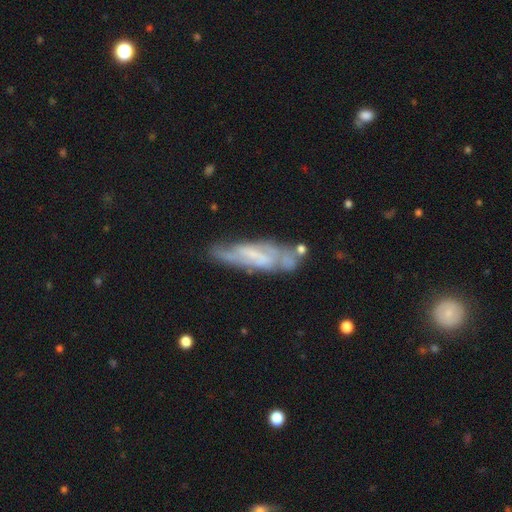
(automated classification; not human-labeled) A featured or disk galaxy (66%).

Vote fractions:
- Smooth or featured? featured or disk: 66% / smooth: 26% / star or artifact: 7%
- Edge-on disk? no: 74% / yes: 26%
- Merging? none: 55% / minor disturbance: 24% / major disturbance: 12% / merger: 9%